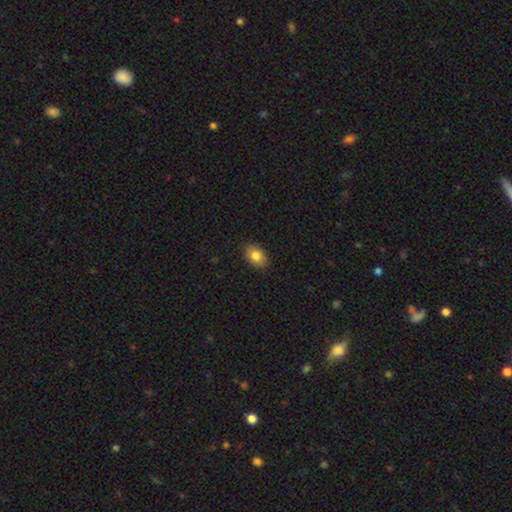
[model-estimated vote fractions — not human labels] Smooth or featured?
  - smooth: 83% *
  - featured or disk: 9%
  - star or artifact: 8%
How rounded?
  - in between: 83% *
  - round: 15%
  - cigar-shaped: 1%
Merging?
  - none: 86% *
  - minor disturbance: 10%
  - major disturbance: 2%
  - merger: 1%